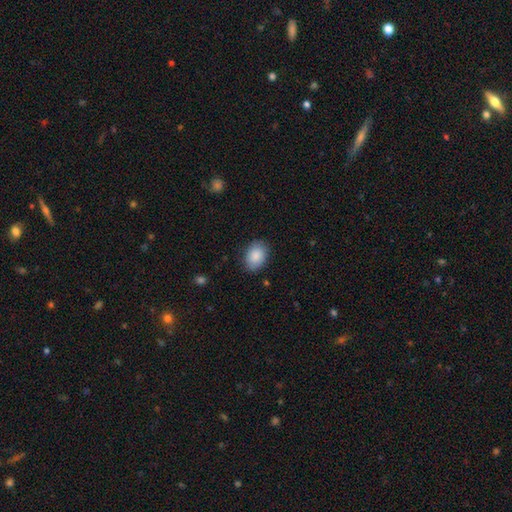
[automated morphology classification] smooth_or_featured: smooth (p=0.88) [alt: star or artifact p=0.06]
how_rounded: in between (p=0.79) [alt: round p=0.20]
merging: none (p=0.83) [alt: minor disturbance p=0.13]